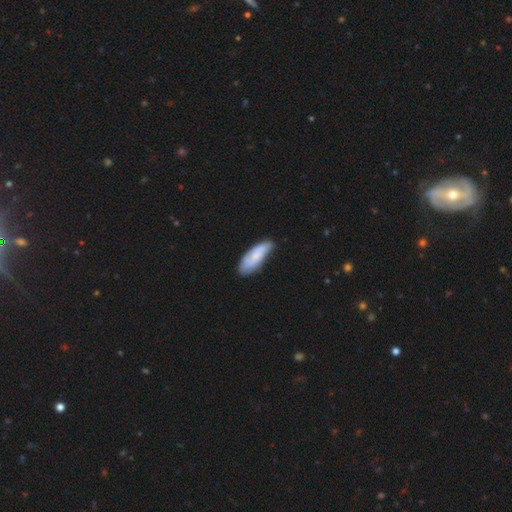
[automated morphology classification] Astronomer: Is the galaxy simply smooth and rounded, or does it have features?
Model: smooth — 66%.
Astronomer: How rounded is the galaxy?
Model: in between — 67%.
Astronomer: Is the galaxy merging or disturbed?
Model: none — 63%.